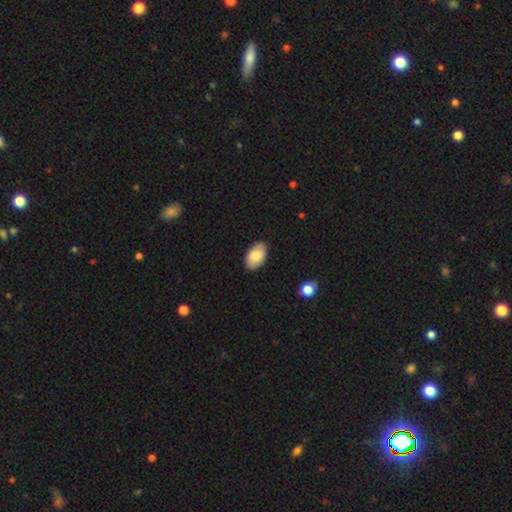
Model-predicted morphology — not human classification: The model was most divided on "merging": none: 87%, minor disturbance: 10%, major disturbance: 2%, merger: 1%. More confident: how rounded — in between (94%); smooth or featured — smooth (86%).